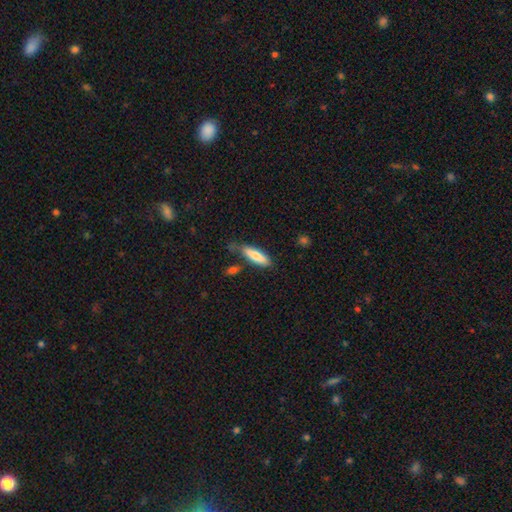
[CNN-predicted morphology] smooth 77%, featured or disk 17%, star or artifact 6%. Down the decision tree: how rounded — cigar-shaped (56%); merging — none (61%).